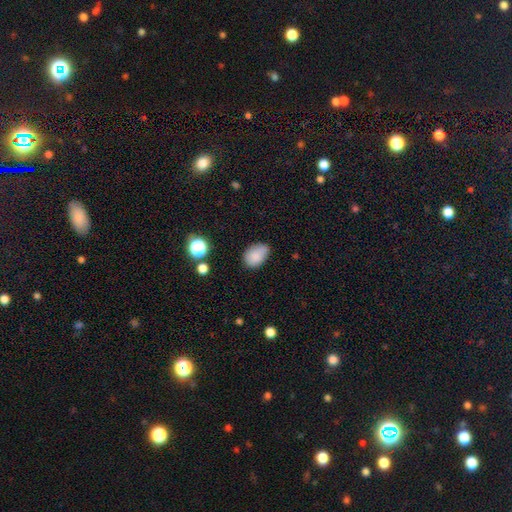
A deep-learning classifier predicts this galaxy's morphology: Q: Smooth or featured?
A: smooth (83%); runner-up: star or artifact (9%)
Q: How rounded?
A: in between (81%); runner-up: round (18%)
Q: Merging?
A: none (62%); runner-up: minor disturbance (28%)